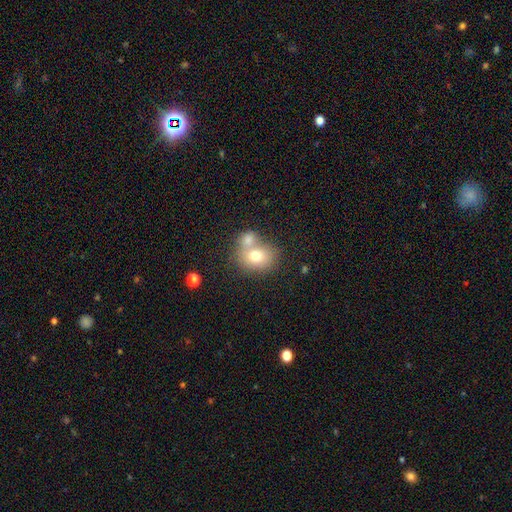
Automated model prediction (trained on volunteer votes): Smooth or featured? Predicted: smooth (p=0.73). How rounded? Predicted: round (p=0.55). Merging? Predicted: merger (p=0.52).